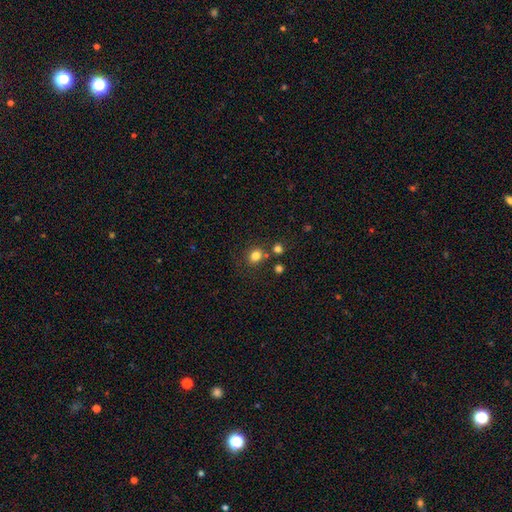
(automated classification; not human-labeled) Smooth or featured?
  - smooth: 81% *
  - star or artifact: 14%
  - featured or disk: 6%
How rounded?
  - round: 69% *
  - in between: 31%
  - cigar-shaped: 1%
Merging?
  - none: 73% *
  - merger: 13%
  - minor disturbance: 10%
  - major disturbance: 4%